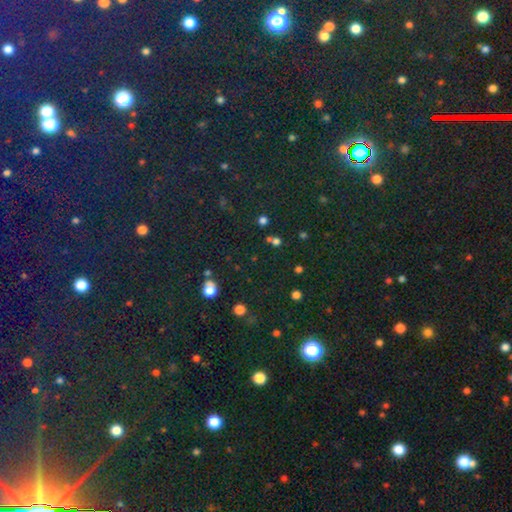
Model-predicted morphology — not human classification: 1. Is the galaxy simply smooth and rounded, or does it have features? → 78% star or artifact, 14% smooth, 7% featured or disk.